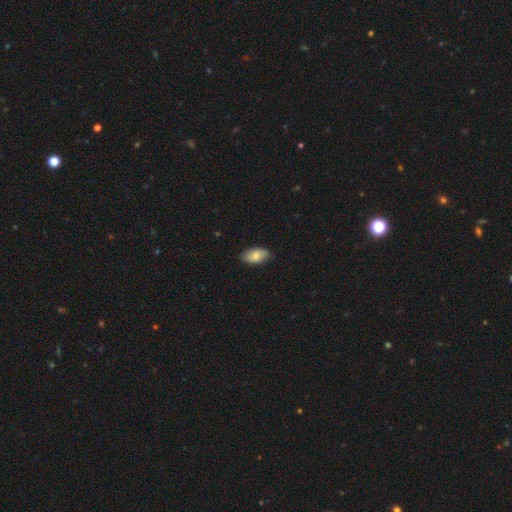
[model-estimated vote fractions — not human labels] Smooth or featured? Predicted: smooth (p=0.82). How rounded? Predicted: in between (p=0.94). Merging? Predicted: none (p=0.82).